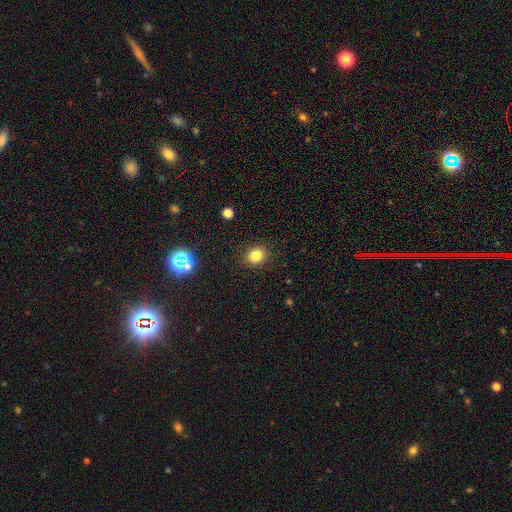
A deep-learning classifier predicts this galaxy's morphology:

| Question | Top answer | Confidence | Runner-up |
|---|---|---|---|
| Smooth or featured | smooth | 80% | star or artifact (14%) |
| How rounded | round | 66% | in between (33%) |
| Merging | none | 89% | minor disturbance (8%) |